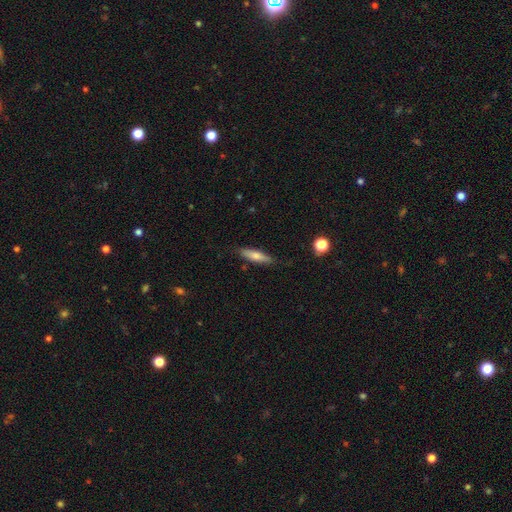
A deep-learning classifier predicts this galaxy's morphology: Smooth or featured? smooth (66%)
How rounded? cigar-shaped (74%)
Merging? none (83%)